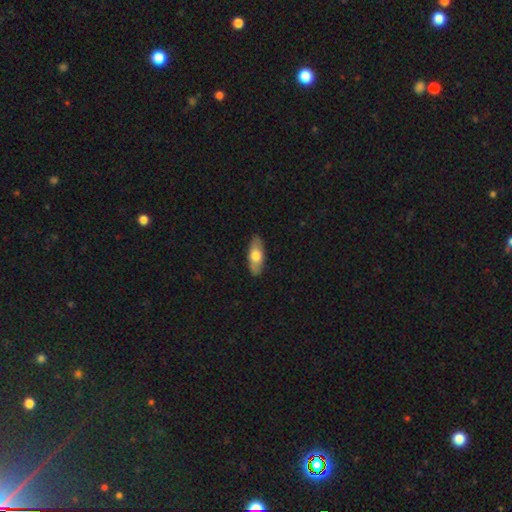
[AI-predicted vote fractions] smooth-or-featured: smooth: 67% | featured or disk: 27% | star or artifact: 5%
  how-rounded: in between: 76% | cigar-shaped: 22% | round: 3%
  merging: none: 88% | minor disturbance: 9% | major disturbance: 2% | merger: 1%